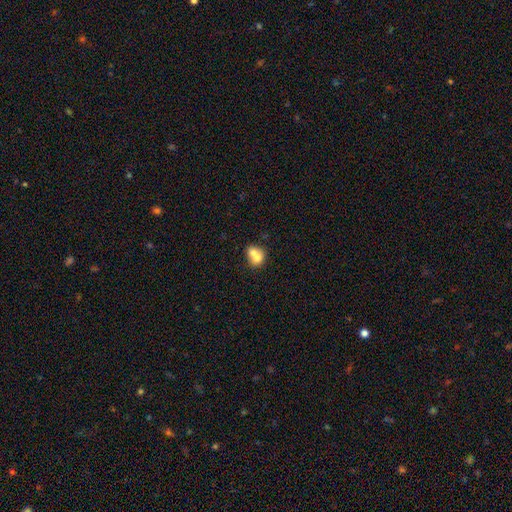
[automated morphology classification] Smooth or featured? smooth (67%)
How rounded? round (64%)
Merging? merger (67%)